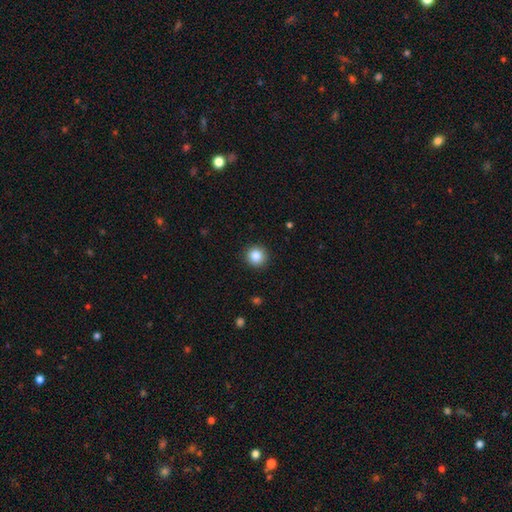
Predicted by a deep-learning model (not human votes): The model was most divided on "smooth or featured": smooth: 84%, star or artifact: 10%, featured or disk: 6%. More confident: how rounded — round (95%); merging — none (92%).